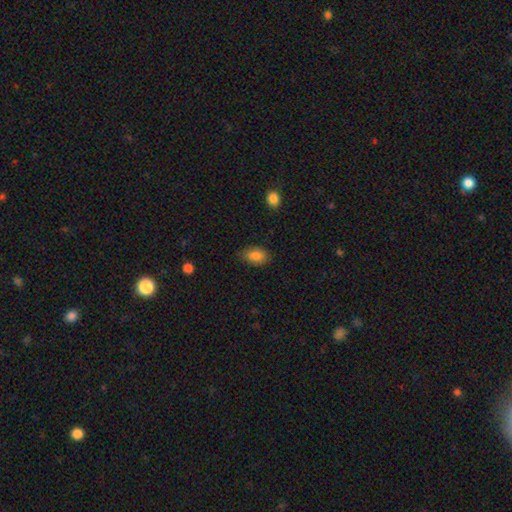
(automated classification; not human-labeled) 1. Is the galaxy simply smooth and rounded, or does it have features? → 85% smooth, 8% star or artifact, 6% featured or disk.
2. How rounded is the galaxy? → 88% in between, 10% round, 2% cigar-shaped.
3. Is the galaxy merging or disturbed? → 82% none, 14% minor disturbance, 3% major disturbance, 1% merger.